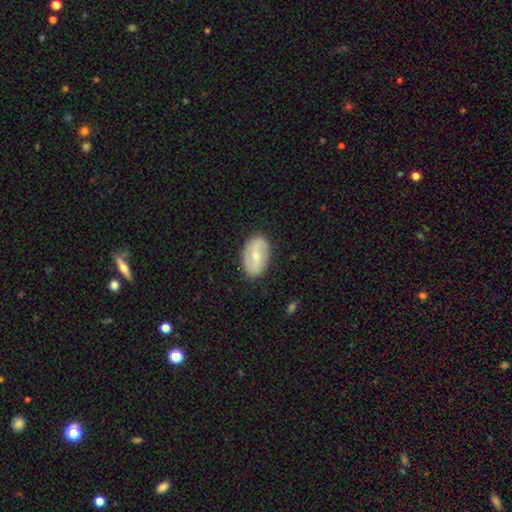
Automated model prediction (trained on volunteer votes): This appears to be a featured or disk galaxy (57%) with a weak bar (46%), spiral arms (78%) and a small central bulge (55%). Merging: none (85%).